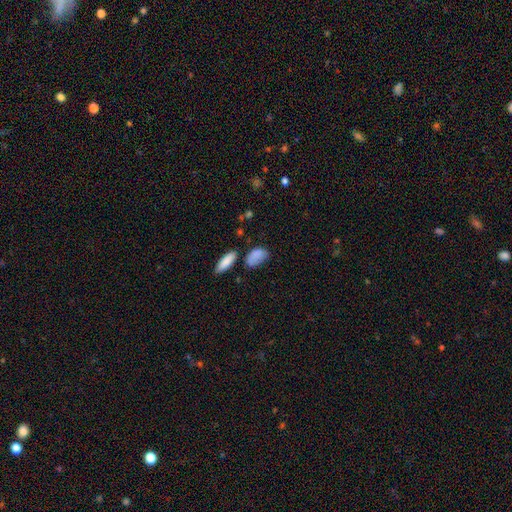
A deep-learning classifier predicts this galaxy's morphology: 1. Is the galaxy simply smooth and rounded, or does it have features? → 84% smooth, 9% featured or disk, 8% star or artifact.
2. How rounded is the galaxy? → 89% in between, 7% round, 4% cigar-shaped.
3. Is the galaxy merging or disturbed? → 55% none, 26% minor disturbance, 10% merger, 8% major disturbance.